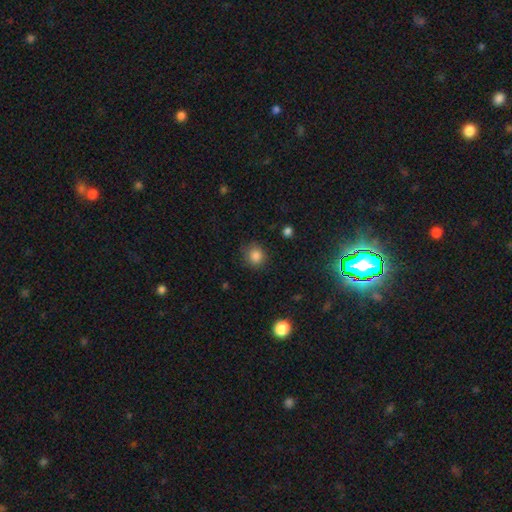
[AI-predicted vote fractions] Smooth or featured? smooth (84%)
How rounded? round (86%)
Merging? none (81%)